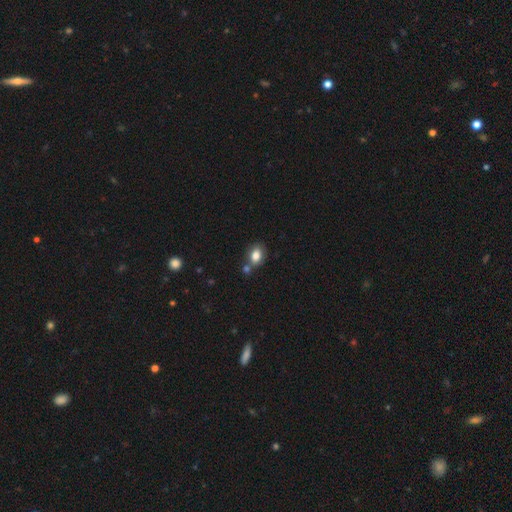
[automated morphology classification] Q: Smooth or featured?
A: smooth (81%); runner-up: featured or disk (10%)
Q: How rounded?
A: in between (71%); runner-up: round (27%)
Q: Merging?
A: none (58%); runner-up: merger (23%)